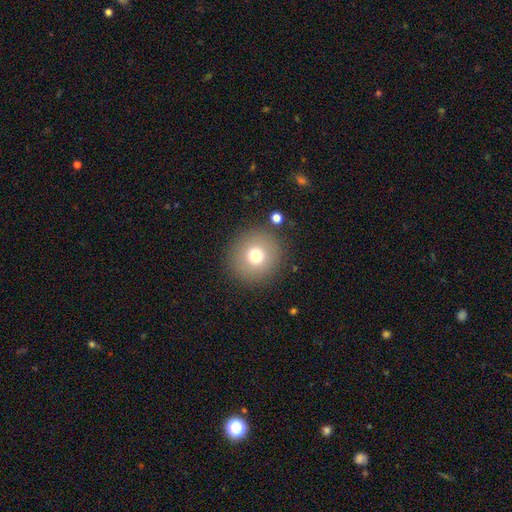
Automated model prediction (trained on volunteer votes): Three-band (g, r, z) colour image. It shows a smooth galaxy with no disk features (74%) that is round (95%). Merging: none (87%).